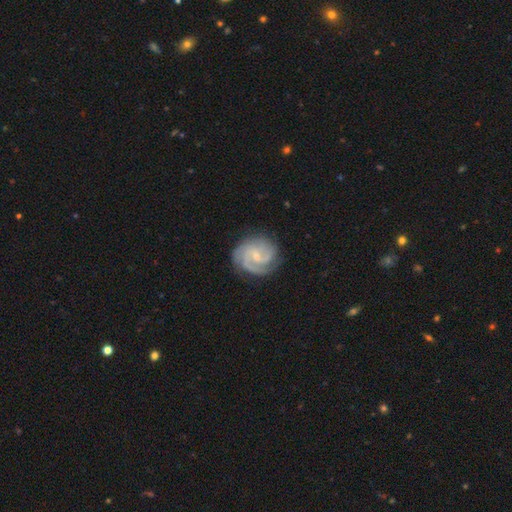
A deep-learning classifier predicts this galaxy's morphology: Q: Smooth or featured?
A: featured or disk (86%); runner-up: smooth (10%)
Q: Edge-on disk?
A: no (98%); runner-up: yes (2%)
Q: Bar?
A: weak (52%); runner-up: no (38%)
Q: Spiral arms?
A: yes (97%); runner-up: no (3%)
Q: Spiral winding?
A: tight (48%); runner-up: medium (42%)
Q: Spiral arm count?
A: 2 (40%); runner-up: 3 (31%)
Q: Bulge size?
A: small (70%); runner-up: moderate (23%)
Q: Merging?
A: none (77%); runner-up: minor disturbance (16%)